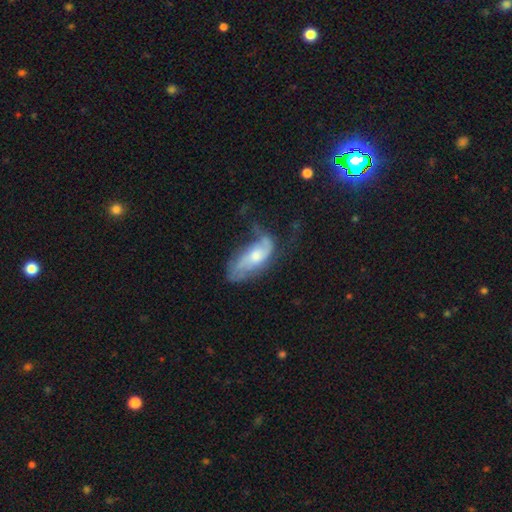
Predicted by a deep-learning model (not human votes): The model was most divided on "merging": none: 37%, minor disturbance: 30%, major disturbance: 29%, merger: 4%. More confident: edge-on disk — no (88%); spiral arms — yes (79%); bar — no (67%); smooth or featured — featured or disk (63%); bulge size — moderate (56%).